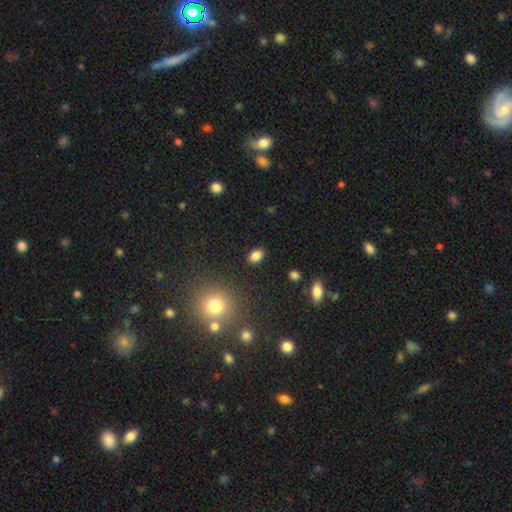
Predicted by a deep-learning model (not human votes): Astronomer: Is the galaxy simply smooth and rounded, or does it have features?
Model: smooth — 84%.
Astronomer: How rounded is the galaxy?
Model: in between — 82%.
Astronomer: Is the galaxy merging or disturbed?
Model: none — 87%.